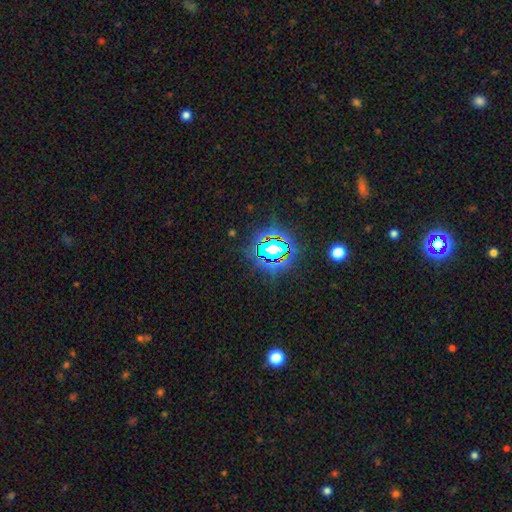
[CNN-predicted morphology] Smooth or featured? star or artifact (80%)